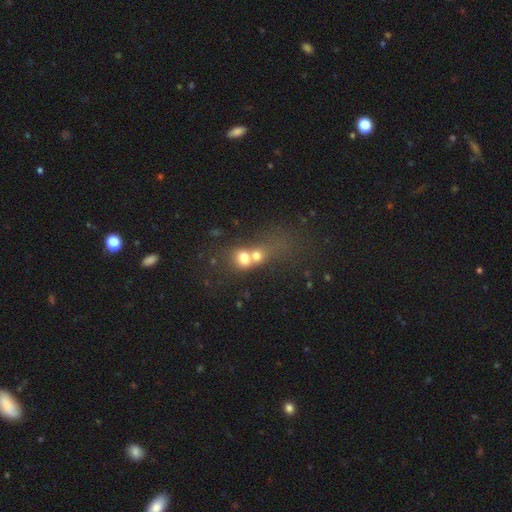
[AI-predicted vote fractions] The model was most divided on "smooth or featured": smooth: 47%, star or artifact: 27%, featured or disk: 26%. More confident: merging — merger (62%).